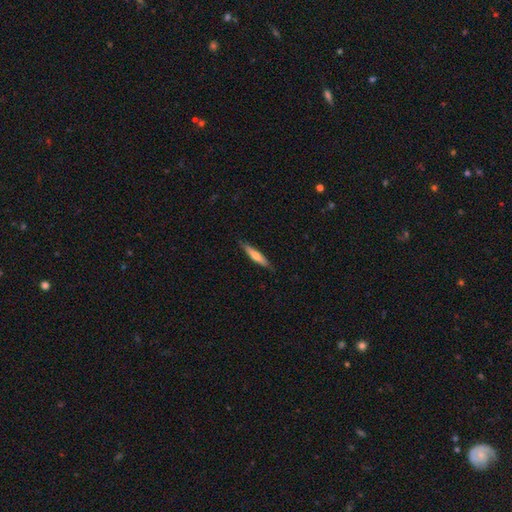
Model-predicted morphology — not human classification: smooth_or_featured: smooth (p=0.56) [alt: featured or disk p=0.39]
how_rounded: cigar-shaped (p=0.87) [alt: in between p=0.11]
merging: none (p=0.85) [alt: minor disturbance p=0.12]